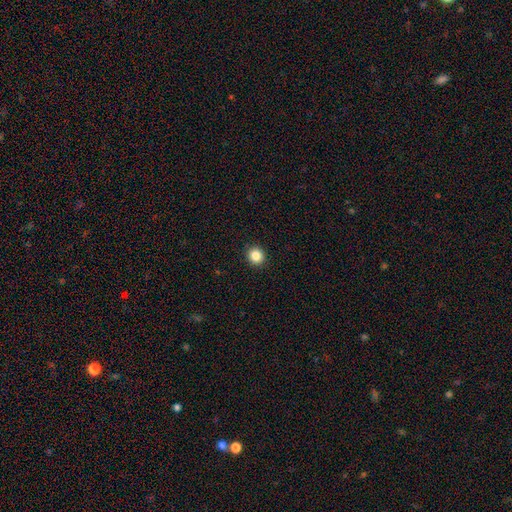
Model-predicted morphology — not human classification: A smooth galaxy with no disk features (86%) that is round (90%).

Vote fractions:
- Smooth or featured? smooth: 86% / star or artifact: 10% / featured or disk: 4%
- How rounded? round: 90% / in between: 9% / cigar-shaped: 1%
- Merging? none: 93% / minor disturbance: 4% / major disturbance: 2% / merger: 1%